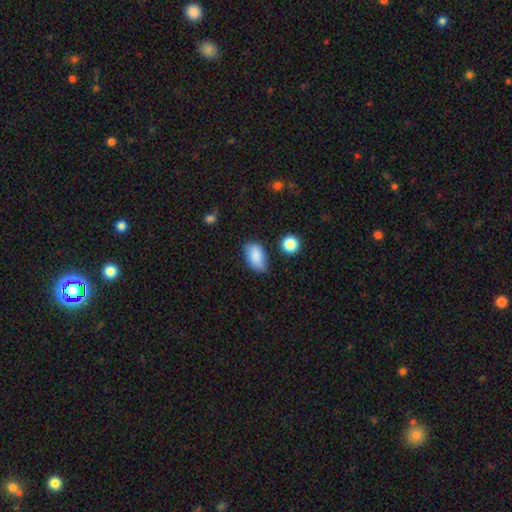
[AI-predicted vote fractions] This appears to be a smooth galaxy with no disk features (86%) that is in between round and cigar-shaped (92%). Merging: none (66%).